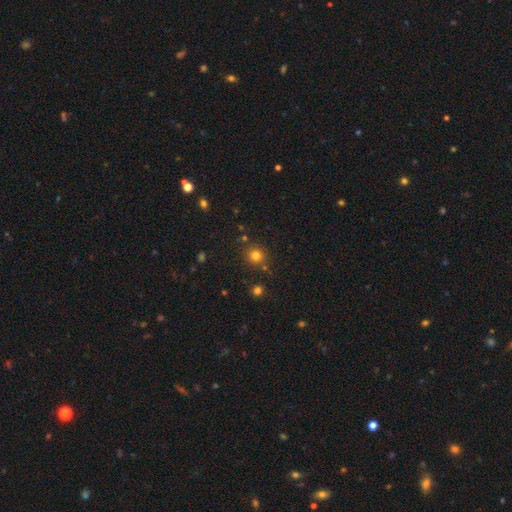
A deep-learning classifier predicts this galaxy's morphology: type=smooth (79%); roundness=round (92%); merging=none (84%).